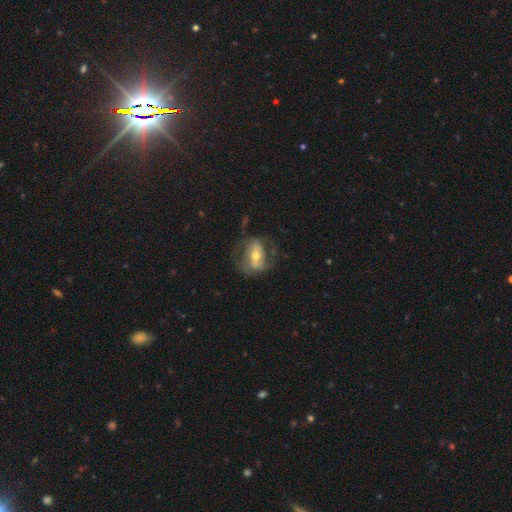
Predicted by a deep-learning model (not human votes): A featured or disk galaxy (73%) with a strong bar (43%), 2 (75%) medium (45%) spiral arms (82%) and a moderate central bulge (61%). Merging: none (60%).